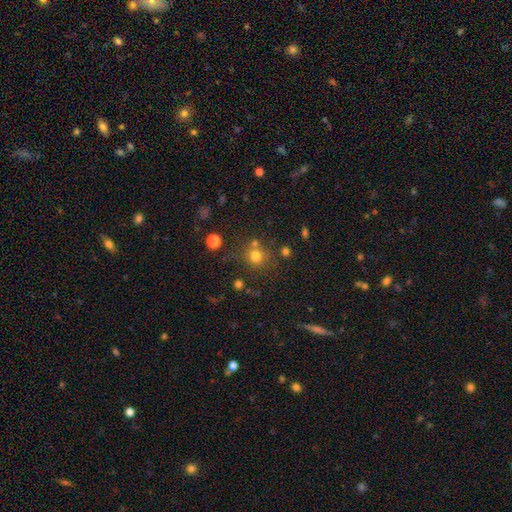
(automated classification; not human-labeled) Overall: smooth (74%). How rounded: round (89%). Merging: none (70%).